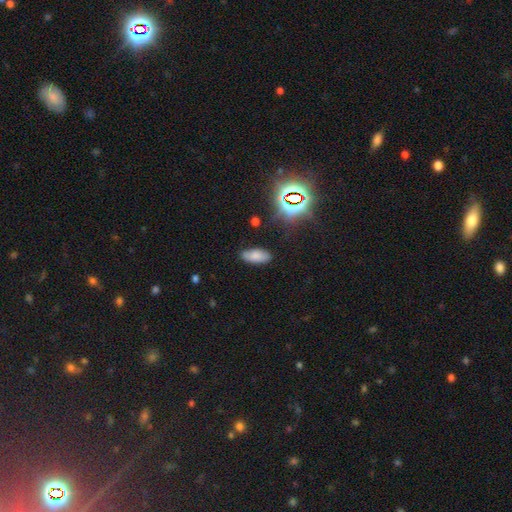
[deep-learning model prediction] This is likely a smooth galaxy (74%). How rounded: clearly in between (87%). Merging: clearly none (81%).